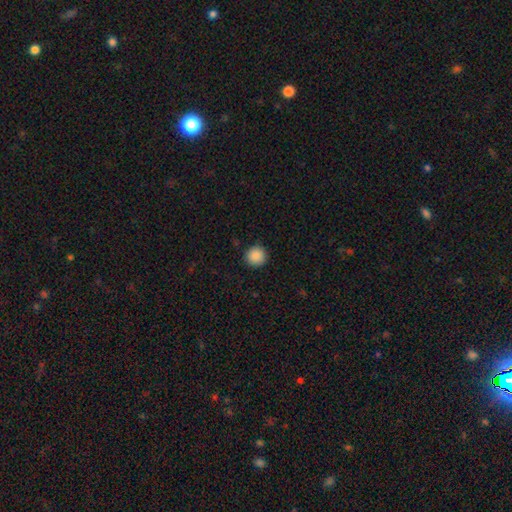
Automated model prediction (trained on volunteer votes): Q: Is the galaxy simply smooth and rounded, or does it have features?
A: smooth — 88%.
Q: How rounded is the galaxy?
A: round — 95%.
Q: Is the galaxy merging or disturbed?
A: none — 91%.